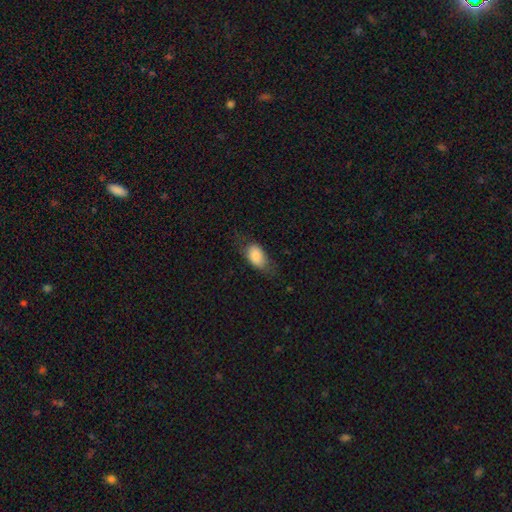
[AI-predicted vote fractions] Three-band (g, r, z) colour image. It shows a smooth galaxy with no disk features (82%) that is in between round and cigar-shaped (90%). Merging: none (60%).